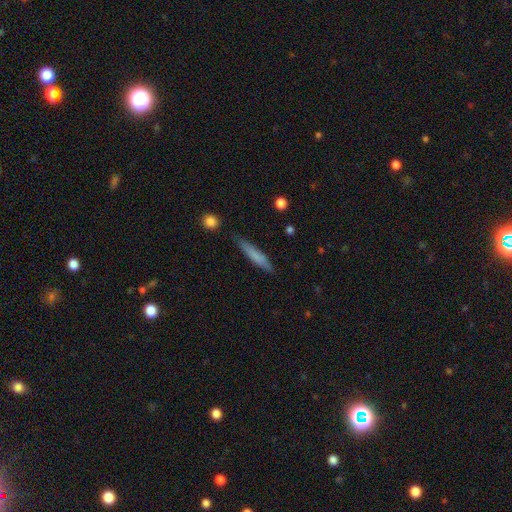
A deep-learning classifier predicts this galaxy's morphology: Smooth or featured? smooth (73%)
How rounded? cigar-shaped (91%)
Merging? none (83%)